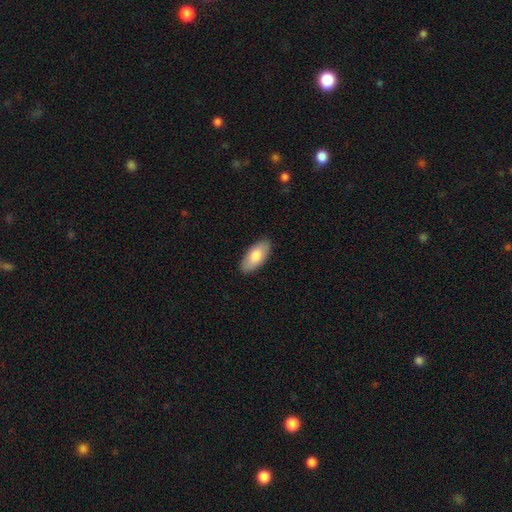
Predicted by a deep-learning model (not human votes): Q: Smooth or featured?
A: smooth (80%); runner-up: featured or disk (15%)
Q: How rounded?
A: in between (91%); runner-up: cigar-shaped (7%)
Q: Merging?
A: none (89%); runner-up: minor disturbance (9%)